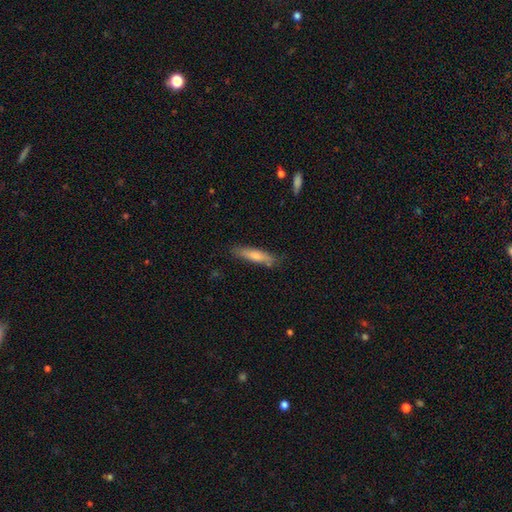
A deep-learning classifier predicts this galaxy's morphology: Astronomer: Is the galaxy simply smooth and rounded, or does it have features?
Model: smooth — 71%.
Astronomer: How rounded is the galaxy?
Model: cigar-shaped — 82%.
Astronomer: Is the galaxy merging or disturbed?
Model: none — 81%.